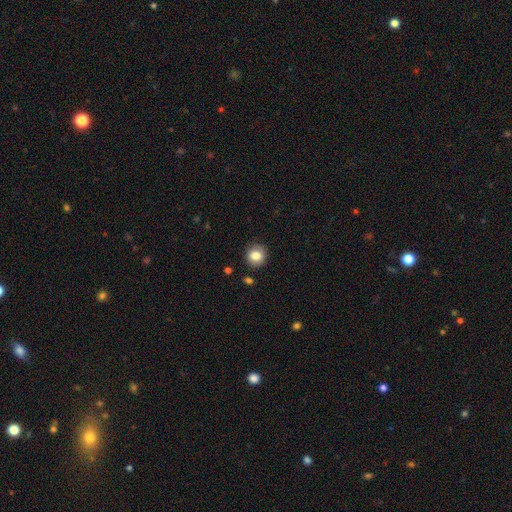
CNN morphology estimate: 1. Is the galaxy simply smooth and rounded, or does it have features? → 83% smooth, 10% star or artifact, 7% featured or disk.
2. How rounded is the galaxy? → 87% round, 12% in between, 1% cigar-shaped.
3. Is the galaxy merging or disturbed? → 88% none, 8% minor disturbance, 2% major disturbance, 2% merger.